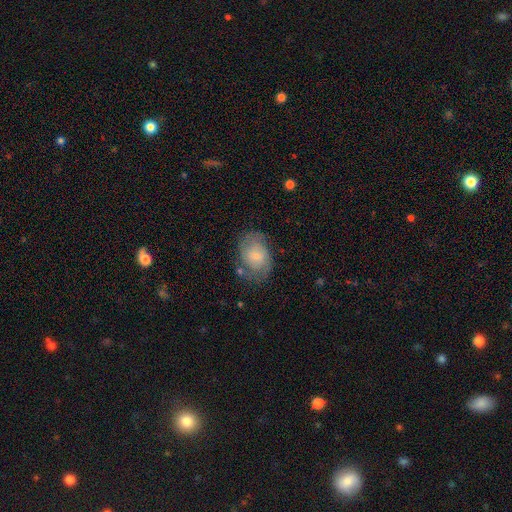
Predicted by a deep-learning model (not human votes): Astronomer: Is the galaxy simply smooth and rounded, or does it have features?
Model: smooth — 49% (runner-up: featured or disk, 43%).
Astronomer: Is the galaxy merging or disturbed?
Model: none — 61%.